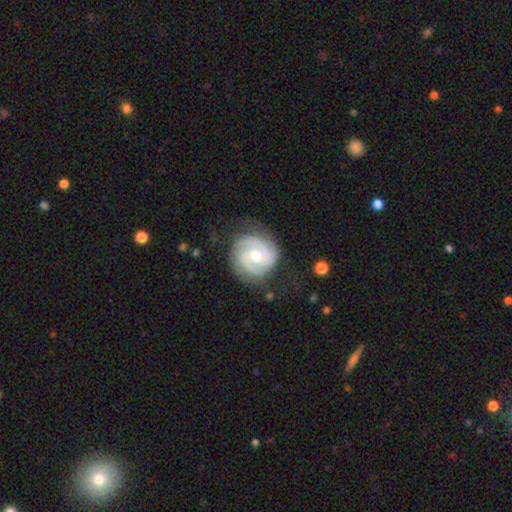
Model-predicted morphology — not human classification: smooth-or-featured: featured or disk: 86% | smooth: 9% | star or artifact: 4%
  disk-edge-on: no: 98% | yes: 2%
    bar: no: 54% | weak: 36% | strong: 10%
    has-spiral-arms: yes: 97% | no: 3%
      spiral-winding: tight: 62% | medium: 32% | loose: 6%
      spiral-arm-count: 2: 66% | 3: 18% | can't tell: 8% | 1: 3% | 4: 2% | more than 4: 2%
    bulge-size: moderate: 70% | small: 25% | large: 3% | none: 1% | dominant: 1%
  merging: none: 77% | minor disturbance: 16% | major disturbance: 6% | merger: 1%